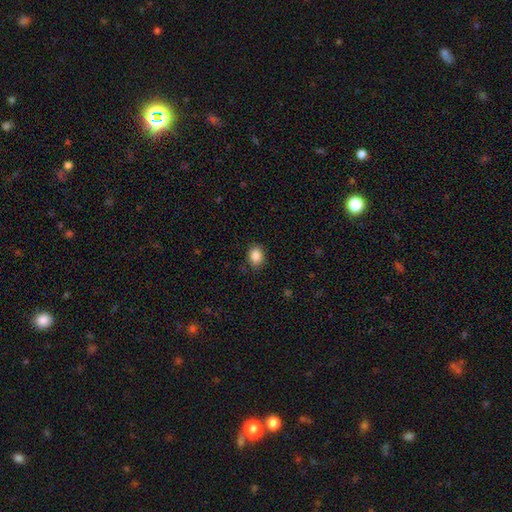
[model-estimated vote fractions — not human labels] Smooth or featured?
  - smooth: 86% *
  - star or artifact: 9%
  - featured or disk: 5%
How rounded?
  - in between: 53% *
  - round: 47%
  - cigar-shaped: 1%
Merging?
  - none: 85% *
  - minor disturbance: 11%
  - major disturbance: 3%
  - merger: 1%